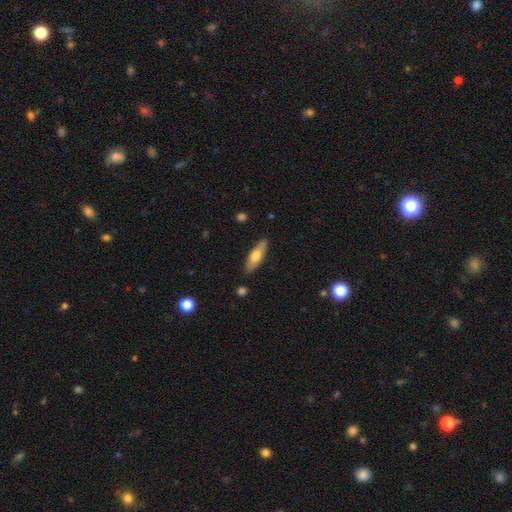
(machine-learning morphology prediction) type=smooth (62%); roundness=cigar-shaped (49%); merging=none (87%).